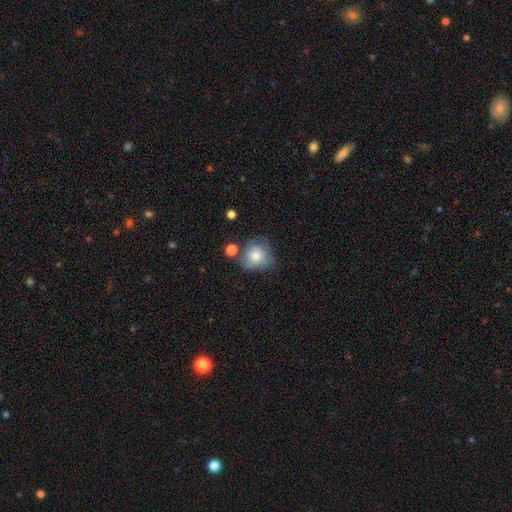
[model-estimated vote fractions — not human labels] Overall: smooth (67%). How rounded: round (72%). Merging: none (48%; minor disturbance 28%).